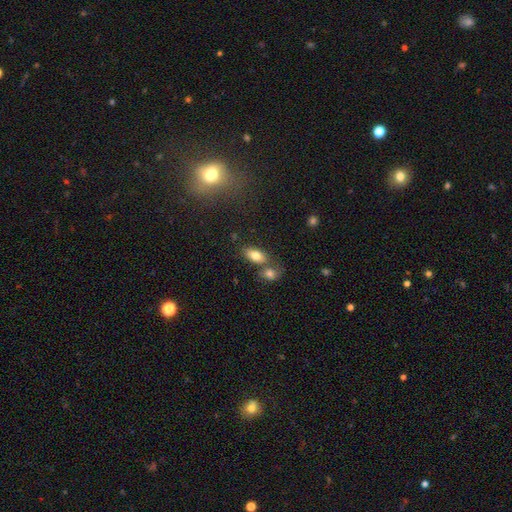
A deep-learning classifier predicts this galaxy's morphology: smooth-or-featured: smooth: 78% | featured or disk: 14% | star or artifact: 9%
  how-rounded: in between: 89% | round: 6% | cigar-shaped: 5%
  merging: none: 56% | merger: 29% | minor disturbance: 11% | major disturbance: 4%